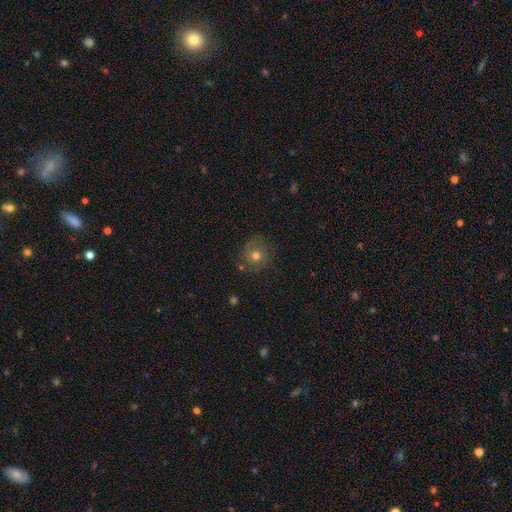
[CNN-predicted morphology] Smooth or featured?
  - smooth: 59% *
  - featured or disk: 27%
  - star or artifact: 15%
How rounded?
  - round: 90% *
  - in between: 9%
  - cigar-shaped: 1%
Merging?
  - none: 78% *
  - minor disturbance: 15%
  - major disturbance: 6%
  - merger: 2%